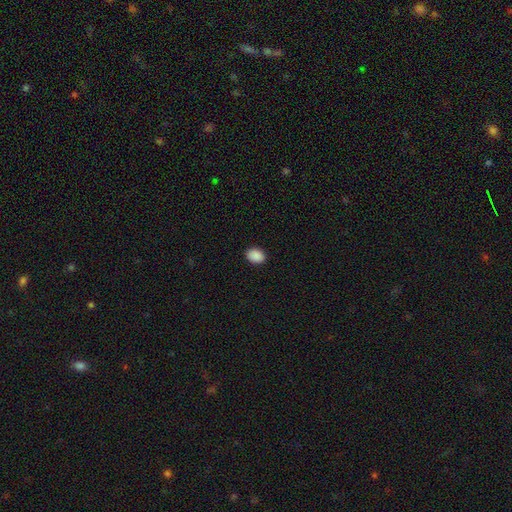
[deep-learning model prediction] Morphology: type=smooth (90%); roundness=in between (73%); merging=none (90%).